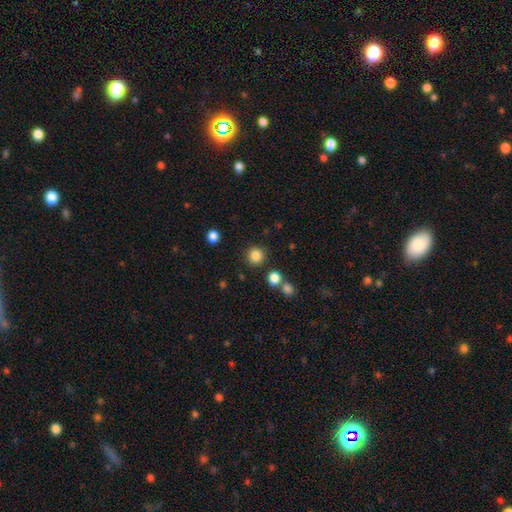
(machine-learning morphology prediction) type=smooth (85%); roundness=round (92%); merging=none (86%).